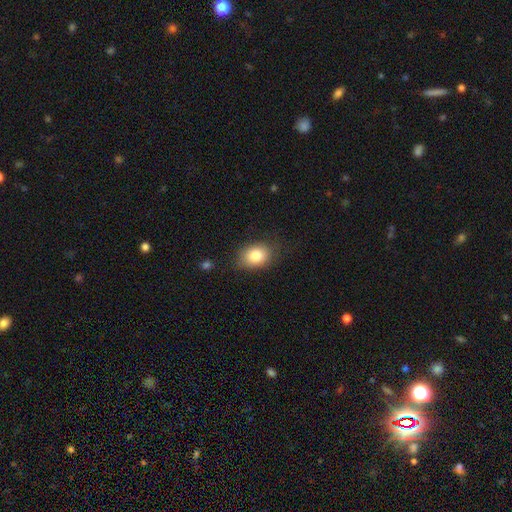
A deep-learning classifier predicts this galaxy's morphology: The model was most divided on "how rounded": in between: 68%, round: 31%, cigar-shaped: 1%. More confident: smooth or featured — smooth (82%); merging — none (78%).